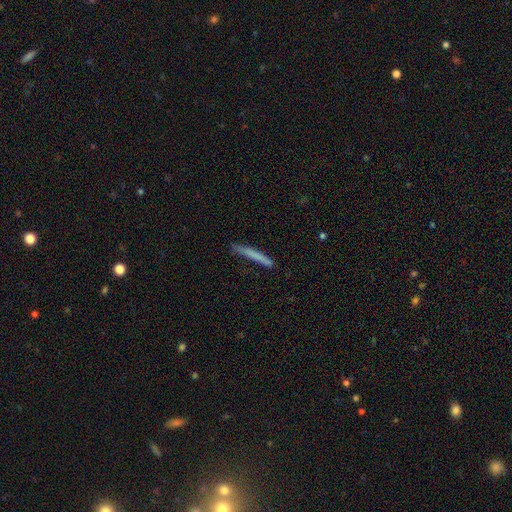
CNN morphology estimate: Smooth or featured? smooth (69%)
How rounded? cigar-shaped (97%)
Merging? none (83%)